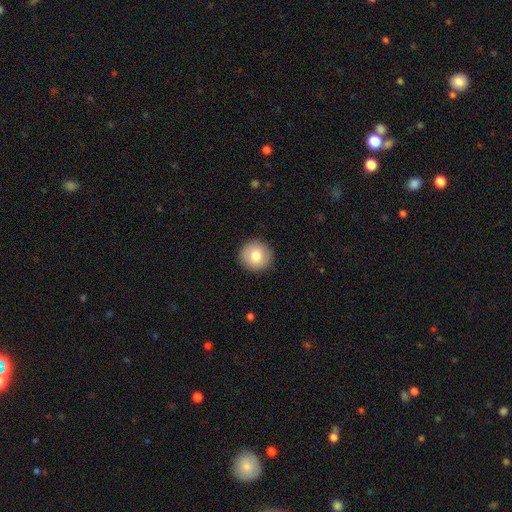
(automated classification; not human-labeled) Smooth or featured?
  - smooth: 80% *
  - featured or disk: 12%
  - star or artifact: 8%
How rounded?
  - round: 94% *
  - in between: 5%
  - cigar-shaped: 1%
Merging?
  - none: 92% *
  - minor disturbance: 5%
  - major disturbance: 2%
  - merger: 1%